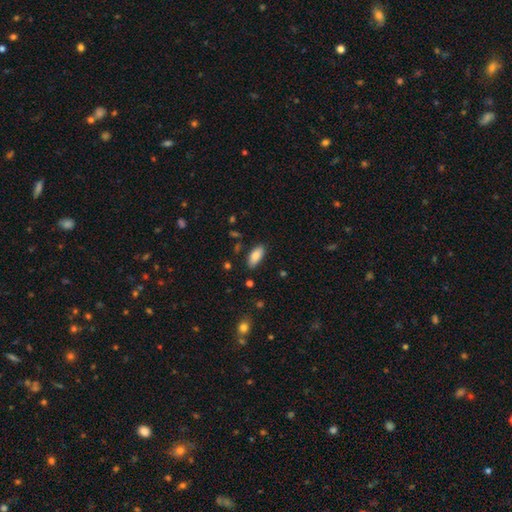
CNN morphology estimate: Smooth or featured?
  - smooth: 84% *
  - featured or disk: 9%
  - star or artifact: 7%
How rounded?
  - in between: 88% *
  - cigar-shaped: 10%
  - round: 2%
Merging?
  - none: 85% *
  - minor disturbance: 11%
  - major disturbance: 2%
  - merger: 2%